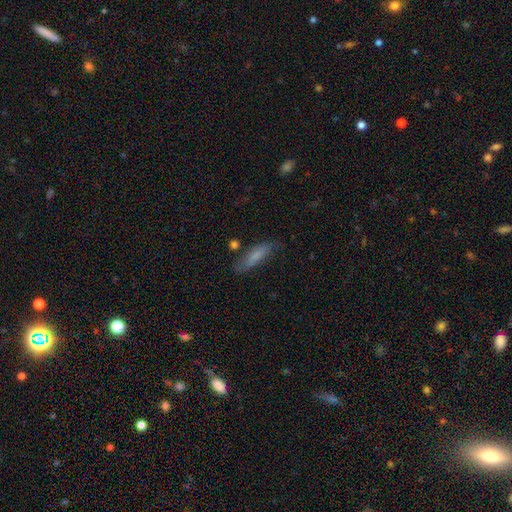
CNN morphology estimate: Smooth or featured: smooth — 69% (featured or disk — 23%)
How rounded: cigar-shaped — 61% (in between — 37%)
Merging: none — 68% (minor disturbance — 21%)